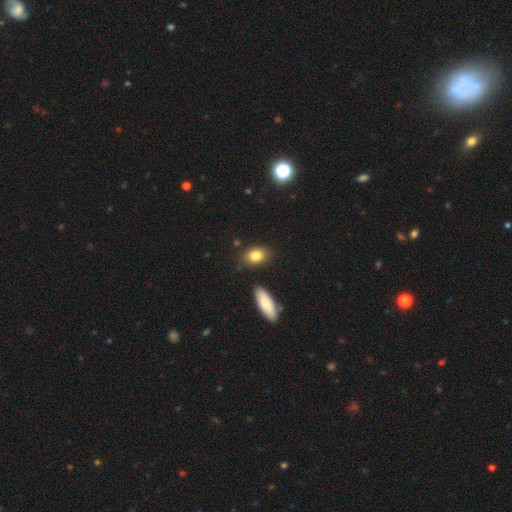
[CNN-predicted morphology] A smooth galaxy with no disk features (84%) that is in between round and cigar-shaped (77%).

Vote fractions:
- Smooth or featured? smooth: 84% / featured or disk: 8% / star or artifact: 8%
- How rounded? in between: 77% / round: 20% / cigar-shaped: 3%
- Merging? none: 82% / minor disturbance: 11% / merger: 4% / major disturbance: 3%